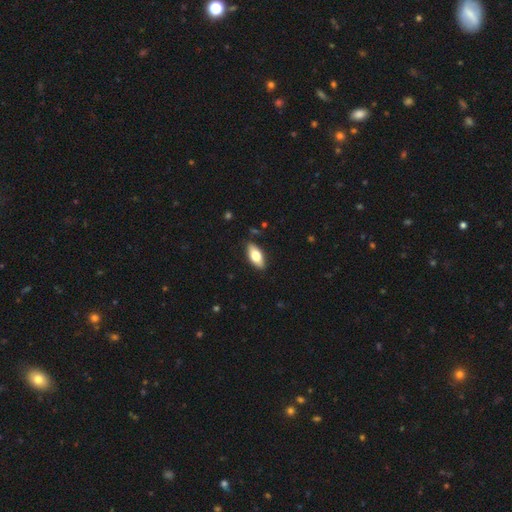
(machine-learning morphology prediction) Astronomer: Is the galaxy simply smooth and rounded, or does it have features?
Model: smooth — 70%.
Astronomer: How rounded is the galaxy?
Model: in between — 85%.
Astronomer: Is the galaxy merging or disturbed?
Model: none — 88%.